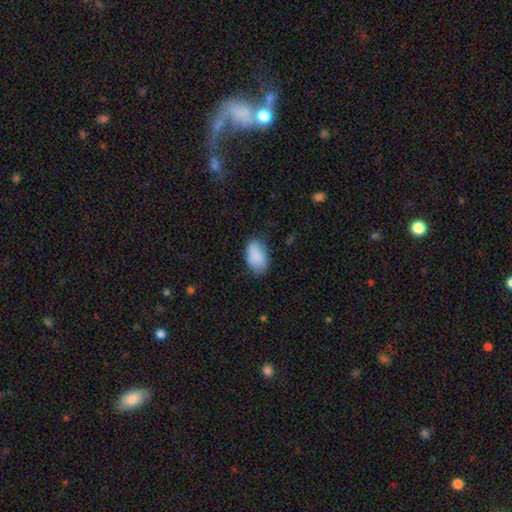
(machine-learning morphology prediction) type=smooth (87%); roundness=in between (93%); merging=none (66%).